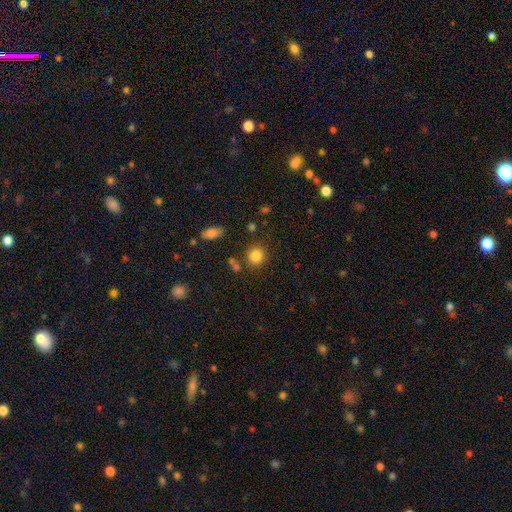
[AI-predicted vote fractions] The model was most divided on "how rounded": round: 83%, in between: 16%, cigar-shaped: 1%. More confident: smooth or featured — smooth (85%); merging — none (82%).